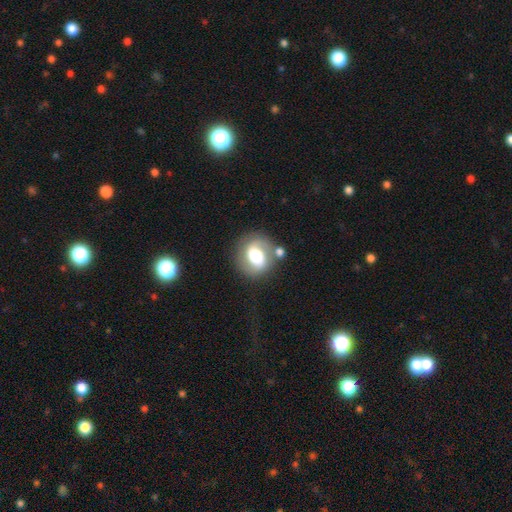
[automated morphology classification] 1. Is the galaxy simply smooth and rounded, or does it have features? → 64% featured or disk, 29% smooth, 7% star or artifact.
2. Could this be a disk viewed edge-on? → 97% no, 3% yes.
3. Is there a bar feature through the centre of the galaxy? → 40% weak, 34% no, 26% strong.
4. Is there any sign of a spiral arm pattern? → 84% yes, 16% no.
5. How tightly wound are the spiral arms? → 47% medium, 29% tight, 24% loose.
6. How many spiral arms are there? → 85% 2, 7% 1, 5% can't tell, 1% 3, 1% 4, 1% more than 4.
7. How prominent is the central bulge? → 48% moderate, 38% large, 6% dominant, 6% small, 1% none.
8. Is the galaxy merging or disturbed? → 69% none, 15% minor disturbance, 9% merger, 7% major disturbance.